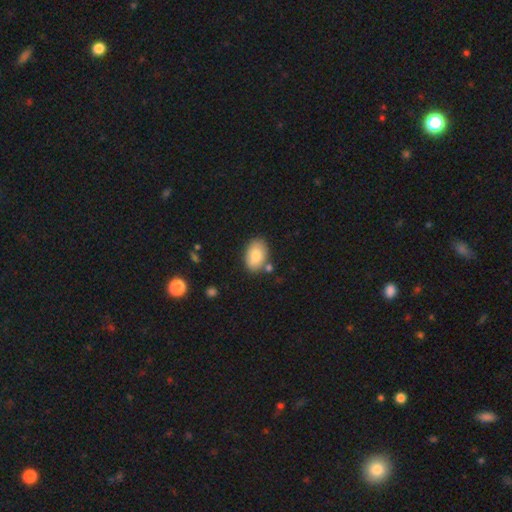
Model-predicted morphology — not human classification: Q: Smooth or featured?
A: smooth (78%); runner-up: featured or disk (15%)
Q: How rounded?
A: in between (88%); runner-up: round (11%)
Q: Merging?
A: none (77%); runner-up: minor disturbance (14%)